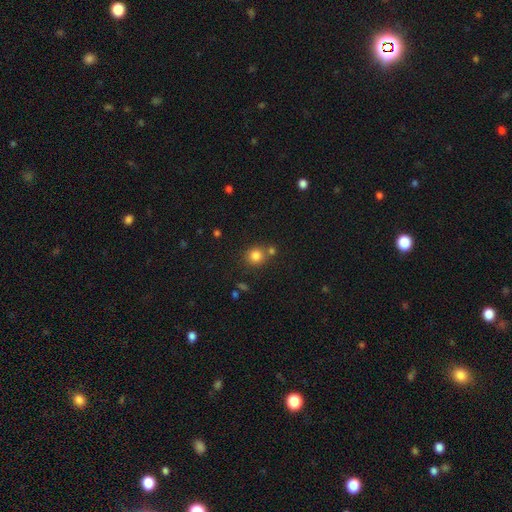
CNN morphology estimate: Q: Smooth or featured?
A: smooth (81%); runner-up: star or artifact (13%)
Q: How rounded?
A: round (87%); runner-up: in between (13%)
Q: Merging?
A: none (68%); runner-up: merger (20%)